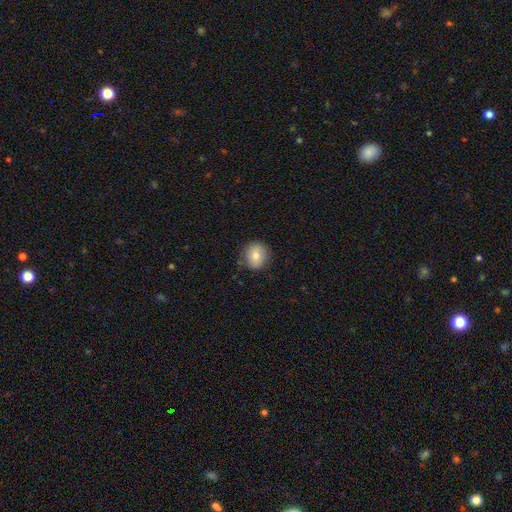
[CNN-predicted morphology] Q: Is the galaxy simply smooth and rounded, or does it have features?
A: smooth — 77%.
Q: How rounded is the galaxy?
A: round — 85%.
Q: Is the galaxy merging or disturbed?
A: none — 84%.